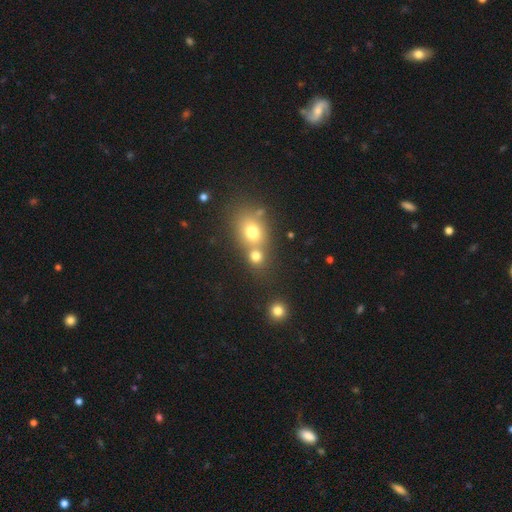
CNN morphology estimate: Overall: smooth (73%). How rounded: round (72%). Merging: merger (46%; none 44%).